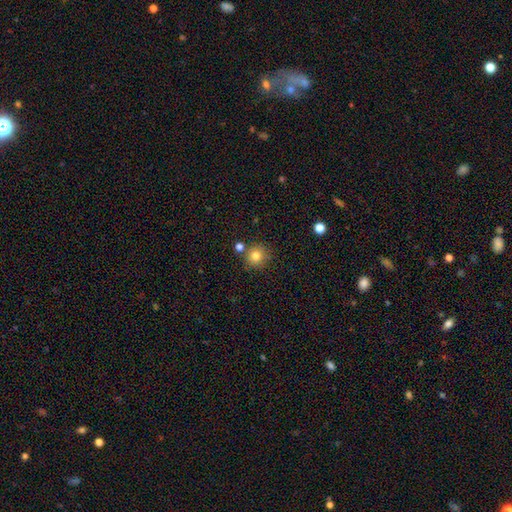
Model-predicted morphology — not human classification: Q: Smooth or featured?
A: smooth (80%); runner-up: star or artifact (12%)
Q: How rounded?
A: round (90%); runner-up: in between (9%)
Q: Merging?
A: none (77%); runner-up: minor disturbance (10%)